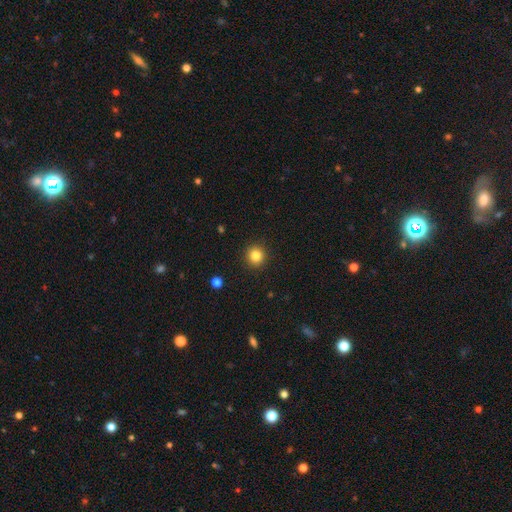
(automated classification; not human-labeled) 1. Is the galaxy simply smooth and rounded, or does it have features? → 83% smooth, 12% star or artifact, 5% featured or disk.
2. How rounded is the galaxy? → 94% round, 5% in between, 1% cigar-shaped.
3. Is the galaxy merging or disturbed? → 92% none, 5% minor disturbance, 2% major disturbance, 1% merger.